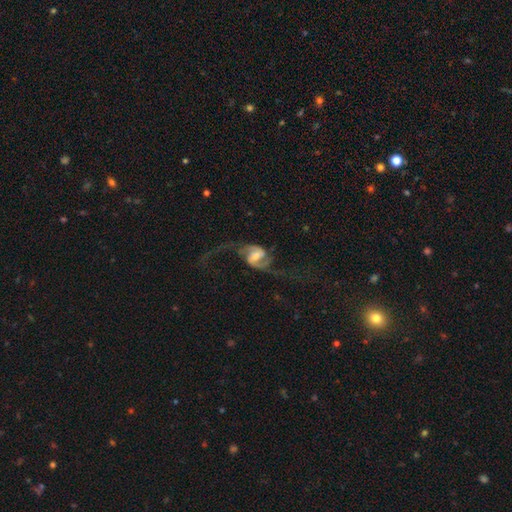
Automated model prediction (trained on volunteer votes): Smooth or featured? Predicted: featured or disk (p=0.87). Edge-on disk? Predicted: no (p=0.97). Bar? Predicted: weak (p=0.50). Spiral arms? Predicted: yes (p=0.96). Spiral winding? Predicted: loose (p=0.78). Spiral arm count? Predicted: 2 (p=0.93). Bulge size? Predicted: moderate (p=0.46). Merging? Predicted: none (p=0.58).